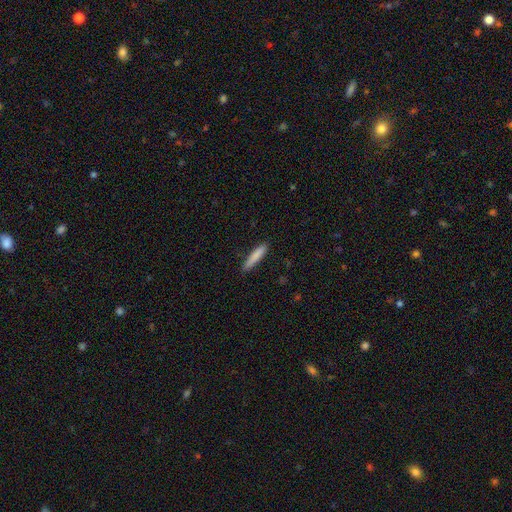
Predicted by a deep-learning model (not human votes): The model was most divided on "smooth or featured": smooth: 83%, featured or disk: 11%, star or artifact: 6%. More confident: how rounded — cigar-shaped (89%); merging — none (85%).